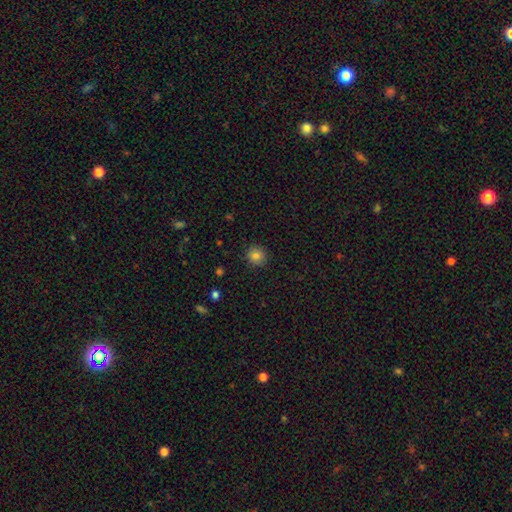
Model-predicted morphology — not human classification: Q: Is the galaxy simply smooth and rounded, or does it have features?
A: smooth — 82%.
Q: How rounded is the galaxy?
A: round — 90%.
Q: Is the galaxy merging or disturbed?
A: none — 90%.